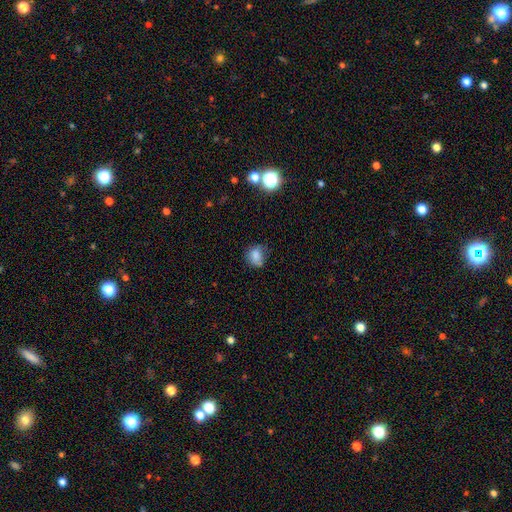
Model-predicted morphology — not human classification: A smooth galaxy with no disk features (81%) that is round (60%). Merging: none (58%).